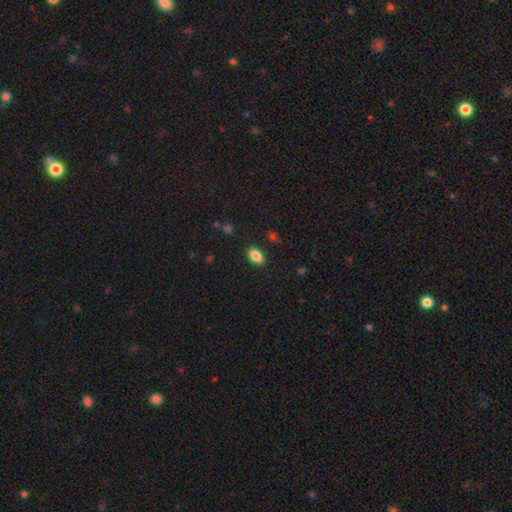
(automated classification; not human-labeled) Smooth or featured? Predicted: smooth (p=0.87). How rounded? Predicted: in between (p=0.88). Merging? Predicted: none (p=0.87).